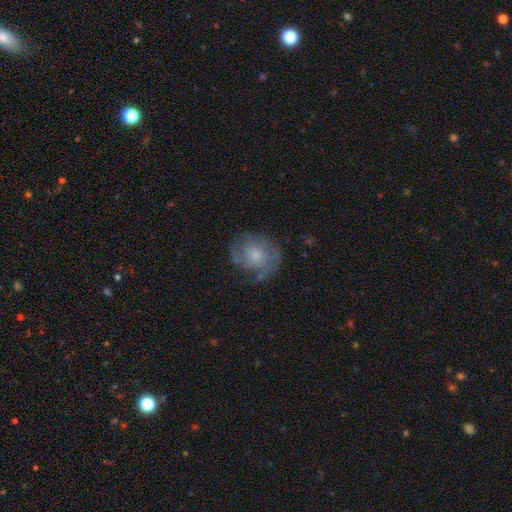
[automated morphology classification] Smooth or featured? Predicted: featured or disk (p=0.63). Edge-on disk? Predicted: no (p=0.98). Bar? Predicted: no (p=0.76). Spiral arms? Predicted: yes (p=0.83). Spiral winding? Predicted: tight (p=0.45). Spiral arm count? Predicted: 2 (p=0.34). Bulge size? Predicted: small (p=0.55). Merging? Predicted: none (p=0.63).